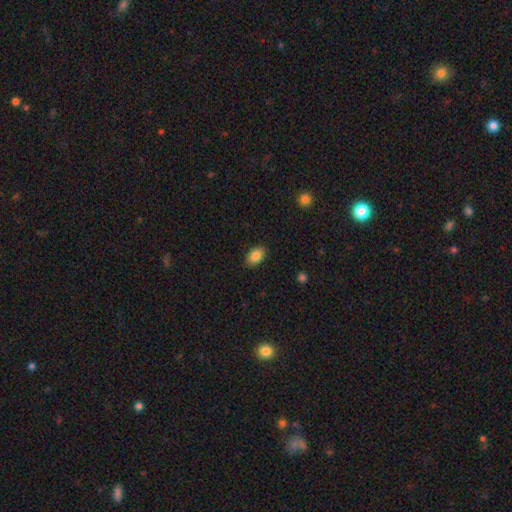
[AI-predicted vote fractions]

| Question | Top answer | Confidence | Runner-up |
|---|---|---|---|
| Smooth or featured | smooth | 86% | star or artifact (8%) |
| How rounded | in between | 90% | round (9%) |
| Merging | none | 88% | minor disturbance (9%) |